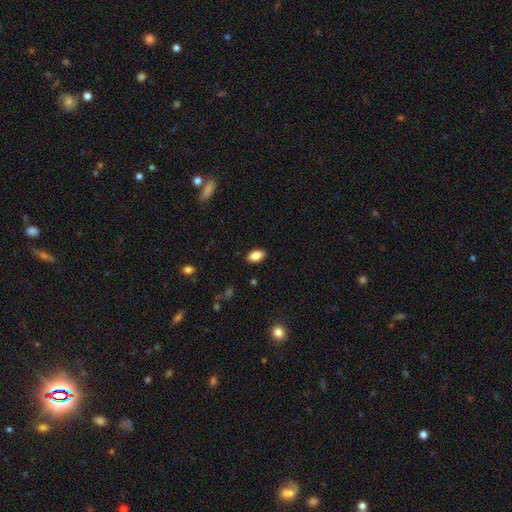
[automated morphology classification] smooth 85%, star or artifact 8%, featured or disk 7%. Down the decision tree: how rounded — in between (91%); merging — none (88%).